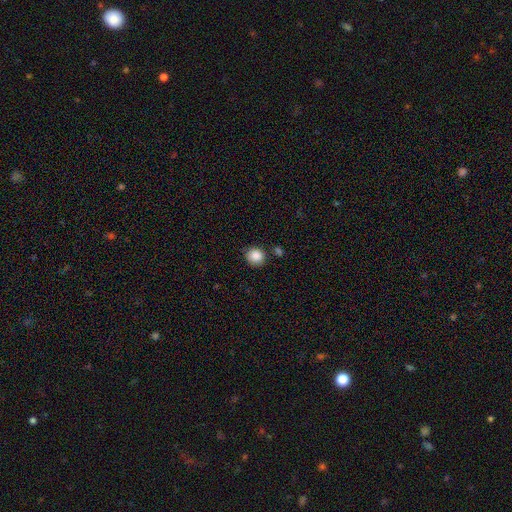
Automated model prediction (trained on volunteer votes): Smooth or featured: smooth — 87% (star or artifact — 9%)
How rounded: round — 85% (in between — 14%)
Merging: none — 82% (minor disturbance — 11%)